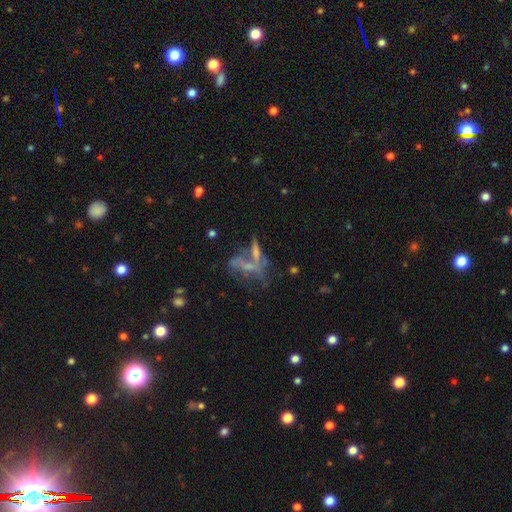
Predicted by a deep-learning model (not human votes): smooth_or_featured: featured or disk (p=0.48) [alt: smooth p=0.32]
merging: merger (p=0.42) [alt: none p=0.28]